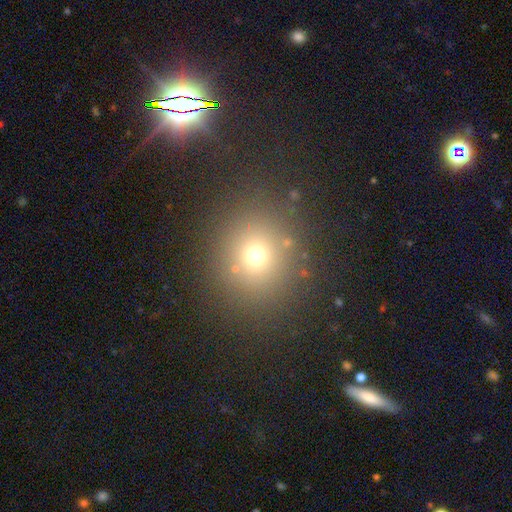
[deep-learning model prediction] Q: Smooth or featured?
A: smooth (68%); runner-up: star or artifact (22%)
Q: How rounded?
A: round (87%); runner-up: in between (12%)
Q: Merging?
A: none (83%); runner-up: minor disturbance (8%)